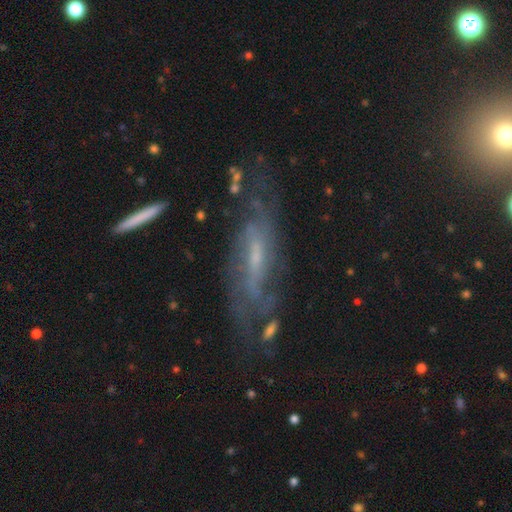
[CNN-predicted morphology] The model was most divided on "spiral winding" (2-way tie): medium: 41%, tight: 41%, loose: 19%. Remaining: spiral arms — yes (90%); smooth or featured — featured or disk (80%); edge-on disk — no (79%); merging — none (65%); bulge size — small (59%); bar — weak (46%); spiral arm count — can't tell (45%).